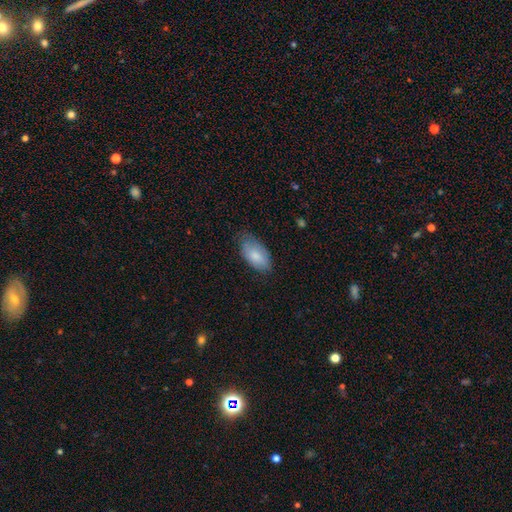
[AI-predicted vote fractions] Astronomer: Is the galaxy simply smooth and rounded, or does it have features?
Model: smooth — 80%.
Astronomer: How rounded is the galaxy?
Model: in between — 94%.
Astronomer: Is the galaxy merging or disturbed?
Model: none — 61%.